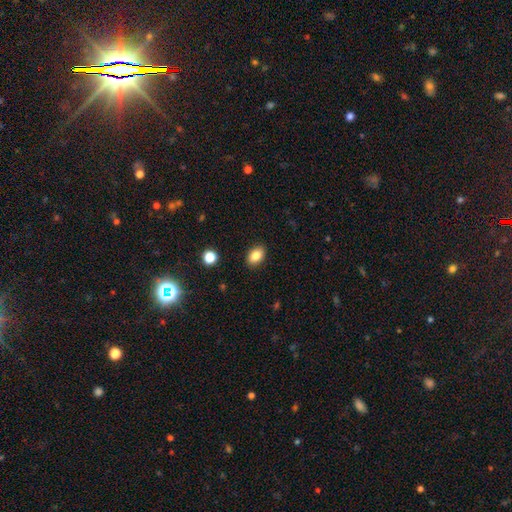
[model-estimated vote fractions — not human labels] Smooth or featured? smooth (84%)
How rounded? in between (83%)
Merging? none (89%)